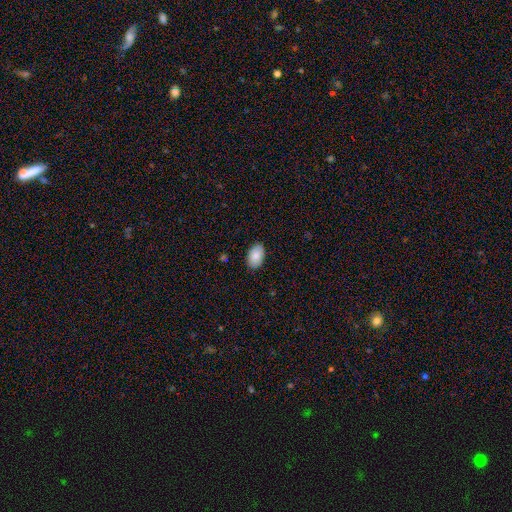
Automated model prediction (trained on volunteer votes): The model was most divided on "merging": none: 88%, minor disturbance: 9%, major disturbance: 2%, merger: 1%. More confident: how rounded — in between (92%); smooth or featured — smooth (87%).